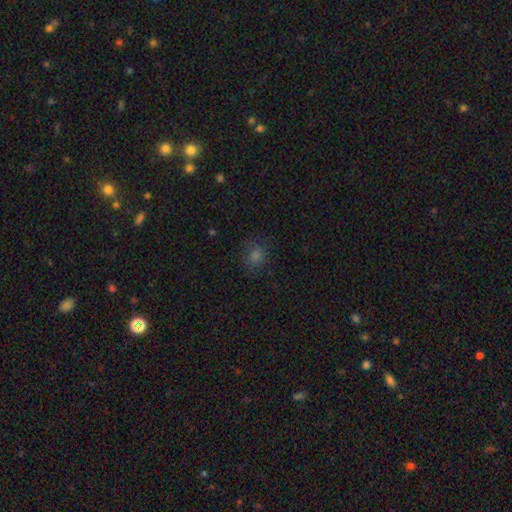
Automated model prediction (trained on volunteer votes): Smooth or featured: smooth — 65% (star or artifact — 26%)
How rounded: round — 74% (in between — 25%)
Merging: none — 80% (minor disturbance — 13%)